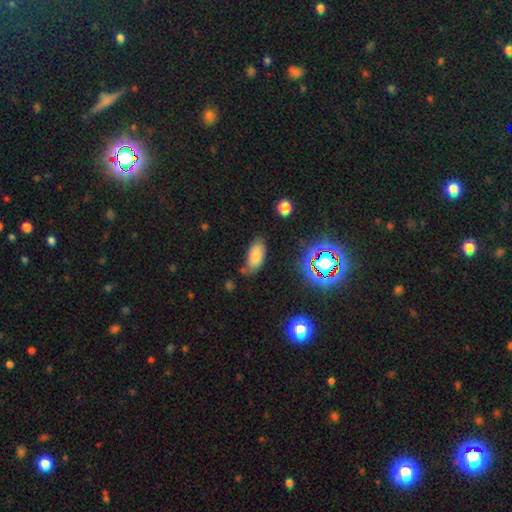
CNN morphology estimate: Smooth or featured?
  - smooth: 77% *
  - star or artifact: 13%
  - featured or disk: 10%
How rounded?
  - in between: 92% *
  - cigar-shaped: 5%
  - round: 3%
Merging?
  - none: 62% *
  - minor disturbance: 26%
  - major disturbance: 7%
  - merger: 5%